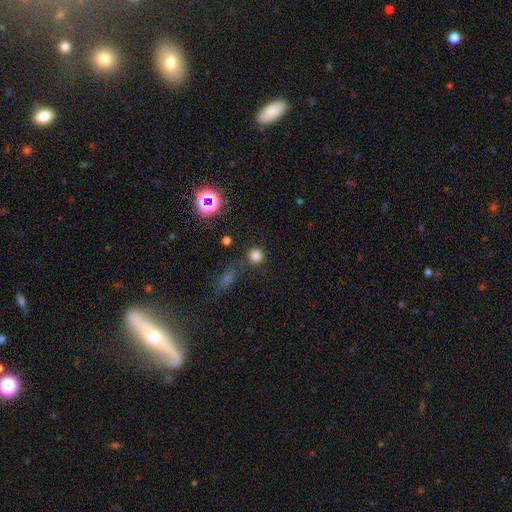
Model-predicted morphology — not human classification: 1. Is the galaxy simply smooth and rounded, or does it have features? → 77% smooth, 18% star or artifact, 5% featured or disk.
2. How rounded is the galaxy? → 93% round, 5% in between, 1% cigar-shaped.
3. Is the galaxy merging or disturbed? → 80% none, 10% minor disturbance, 7% merger, 4% major disturbance.